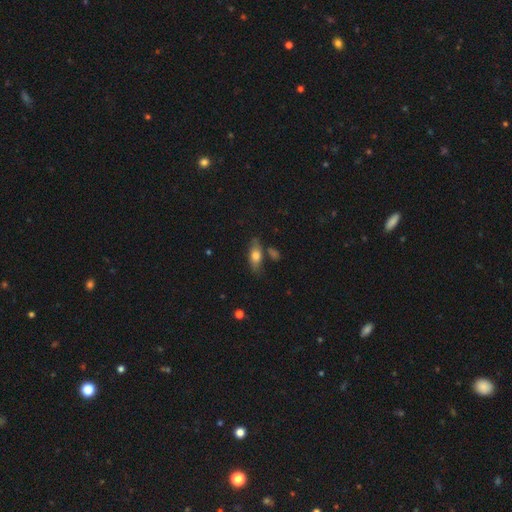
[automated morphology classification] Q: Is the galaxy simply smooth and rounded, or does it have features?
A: smooth — 66%.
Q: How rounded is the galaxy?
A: in between — 72%.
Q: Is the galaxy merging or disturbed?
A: none — 71%.